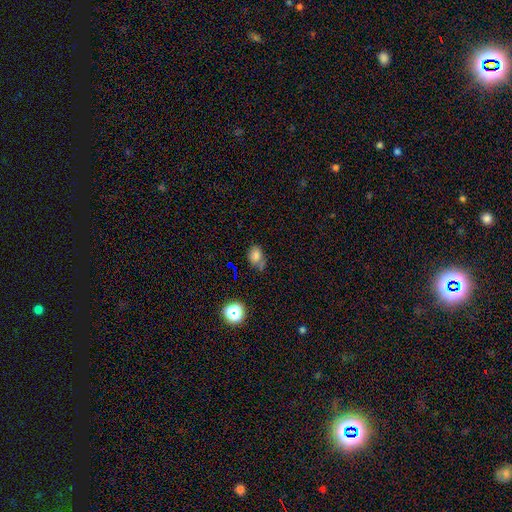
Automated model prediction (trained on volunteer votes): Overall: smooth (75%). How rounded: in between (61%; round 38%). Merging: none (54%; minor disturbance 27%).